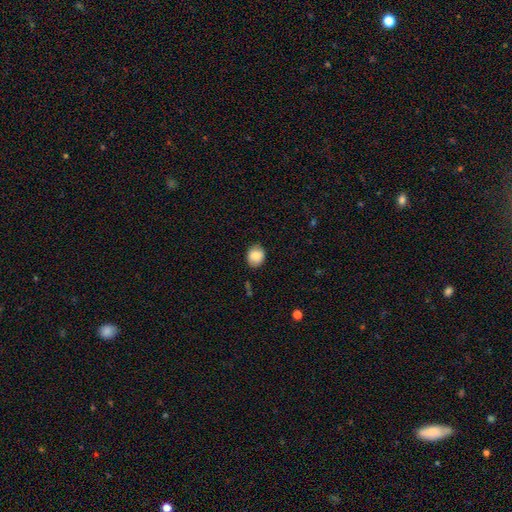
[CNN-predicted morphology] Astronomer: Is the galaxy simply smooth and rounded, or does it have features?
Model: smooth — 84%.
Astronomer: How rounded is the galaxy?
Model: round — 53% (runner-up: in between, 46%).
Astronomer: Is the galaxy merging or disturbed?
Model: none — 84%.